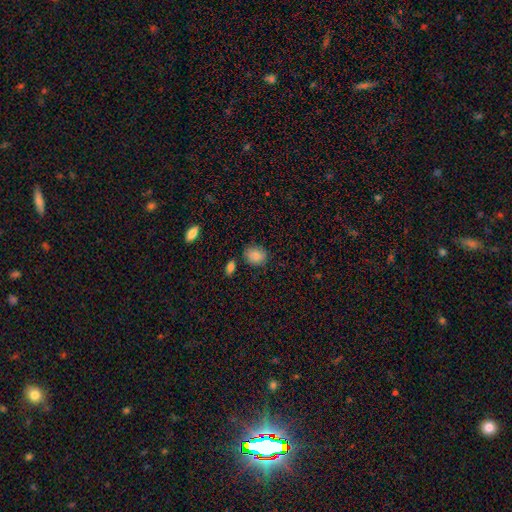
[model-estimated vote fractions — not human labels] Overall: smooth (86%). How rounded: in between (52%; round 47%). Merging: none (78%).